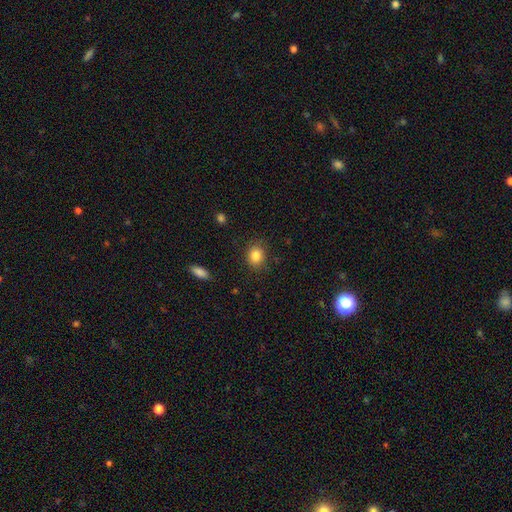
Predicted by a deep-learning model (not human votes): Smooth or featured? Predicted: smooth (p=0.85). How rounded? Predicted: round (p=0.62). Merging? Predicted: none (p=0.83).